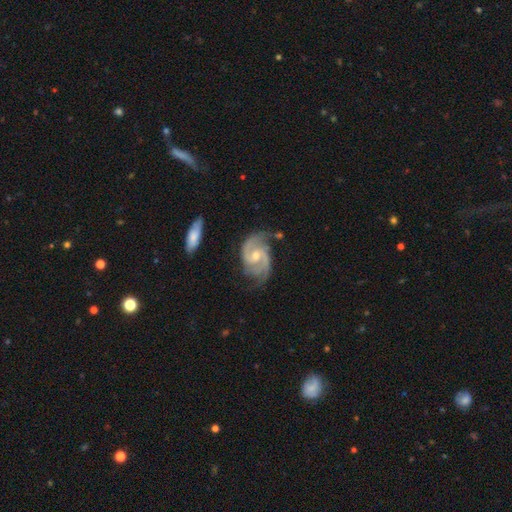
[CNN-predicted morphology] Q: Smooth or featured?
A: featured or disk (91%); runner-up: smooth (5%)
Q: Edge-on disk?
A: no (97%); runner-up: yes (3%)
Q: Bar?
A: no (45%); runner-up: weak (44%)
Q: Spiral arms?
A: yes (98%); runner-up: no (2%)
Q: Spiral winding?
A: medium (54%); runner-up: tight (32%)
Q: Spiral arm count?
A: 2 (79%); runner-up: 3 (11%)
Q: Bulge size?
A: moderate (57%); runner-up: small (39%)
Q: Merging?
A: none (68%); runner-up: minor disturbance (22%)